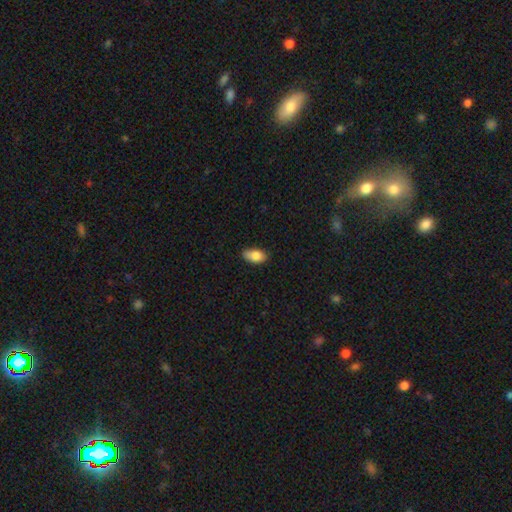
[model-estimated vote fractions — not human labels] smooth-or-featured: smooth: 83% | featured or disk: 10% | star or artifact: 7%
  how-rounded: in between: 90% | round: 5% | cigar-shaped: 5%
  merging: none: 71% | minor disturbance: 23% | major disturbance: 4% | merger: 2%